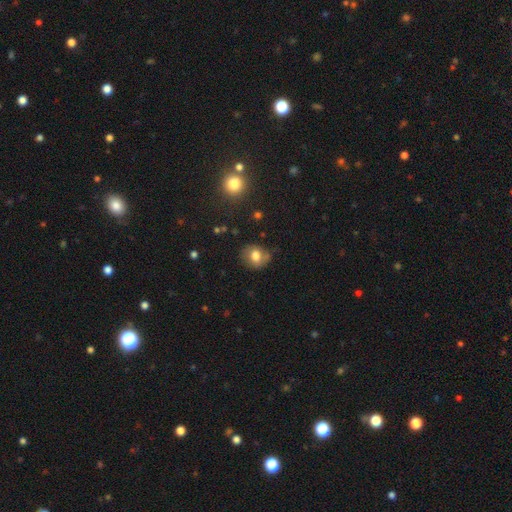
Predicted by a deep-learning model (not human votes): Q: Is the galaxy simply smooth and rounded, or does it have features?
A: smooth — 73%.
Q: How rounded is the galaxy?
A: round — 67%.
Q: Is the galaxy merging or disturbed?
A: none — 69%.